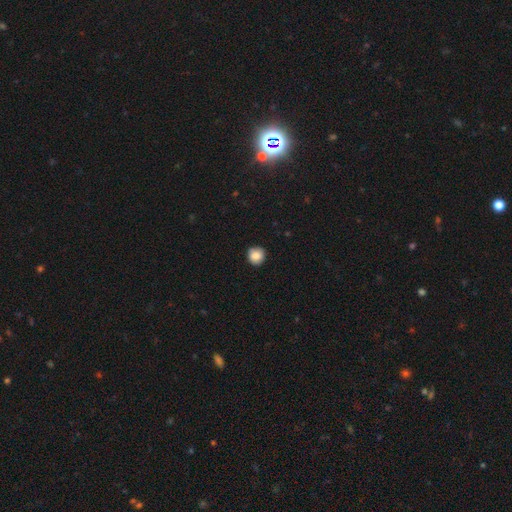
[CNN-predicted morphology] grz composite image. It shows a smooth galaxy with no disk features (86%) that is round (92%). Merging: none (86%).